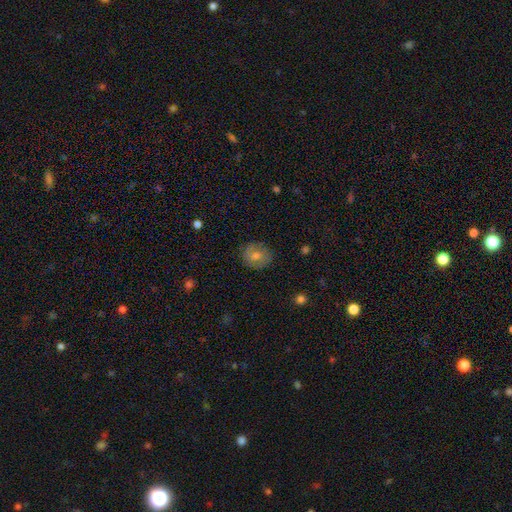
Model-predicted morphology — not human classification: This is likely a smooth galaxy (64%). How rounded: likely round (73%). Merging: clearly none (85%).